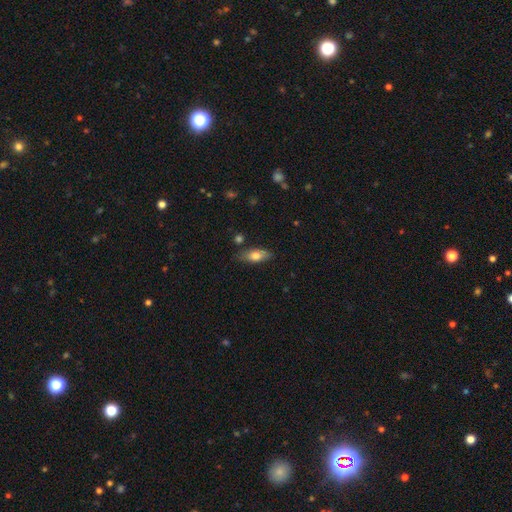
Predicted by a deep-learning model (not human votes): smooth 74%, featured or disk 19%, star or artifact 7%. Down the decision tree: how rounded — in between (76%); merging — none (78%).